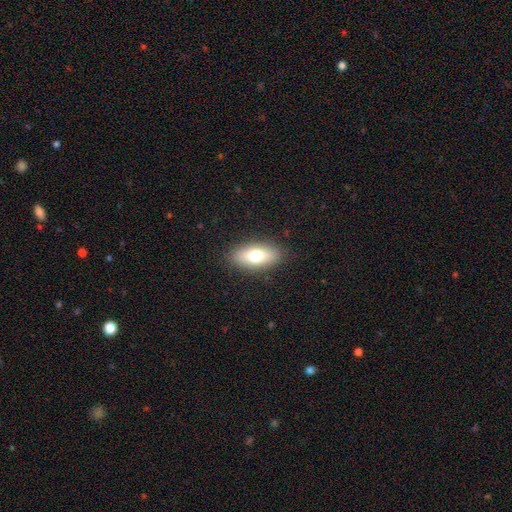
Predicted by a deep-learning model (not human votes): Smooth or featured? smooth (72%)
How rounded? in between (84%)
Merging? none (88%)